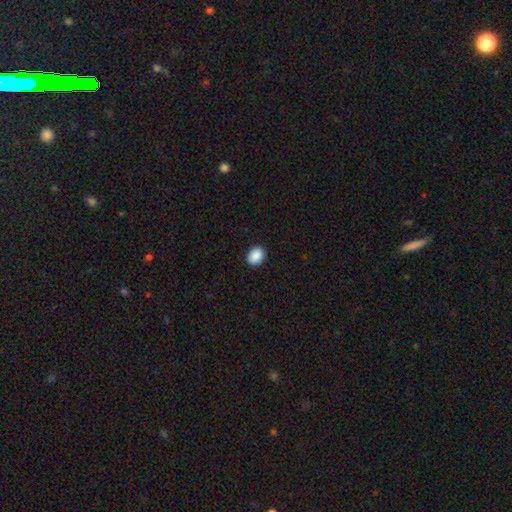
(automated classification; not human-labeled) Smooth or featured? Predicted: smooth (p=0.90). How rounded? Predicted: in between (p=0.55). Merging? Predicted: none (p=0.91).